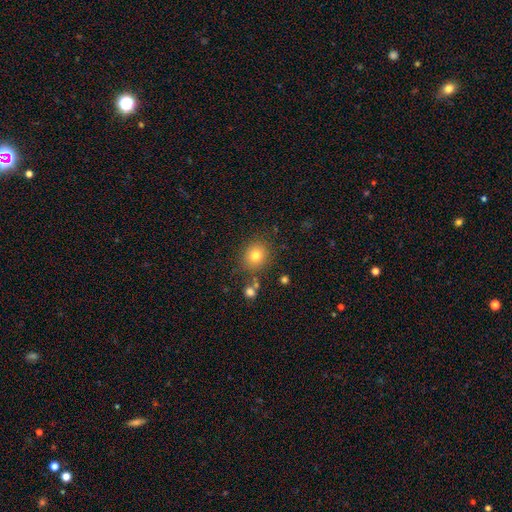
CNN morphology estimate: Smooth or featured: smooth — 78% (star or artifact — 13%)
How rounded: round — 81% (in between — 18%)
Merging: none — 81% (minor disturbance — 10%)